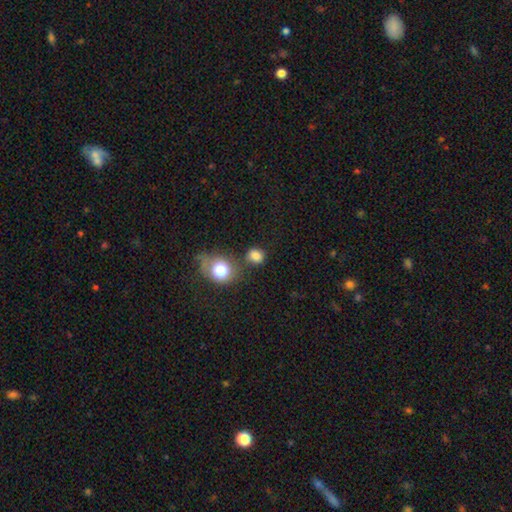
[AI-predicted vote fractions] A smooth galaxy with no disk features (80%) that is round (77%). Merging: none (69%).